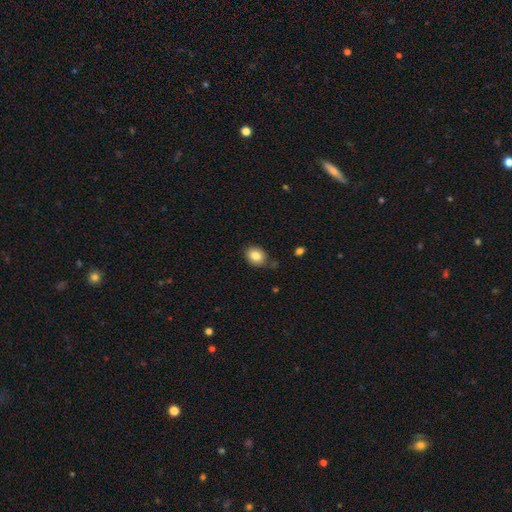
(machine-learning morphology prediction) Smooth or featured: smooth — 85% (star or artifact — 9%)
How rounded: in between — 53% (round — 46%)
Merging: none — 74% (minor disturbance — 18%)